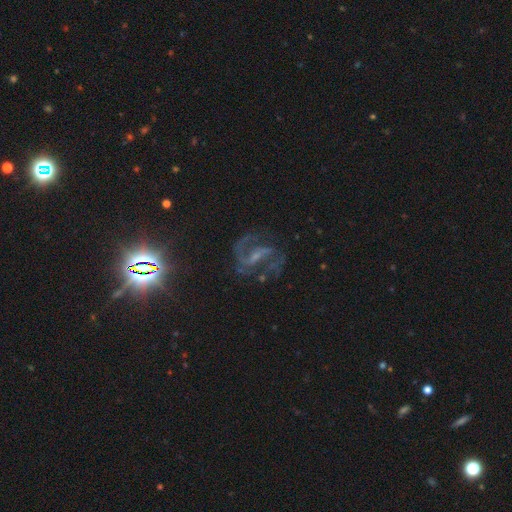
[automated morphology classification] This is clearly a featured or disk galaxy (80%). It is clearly not viewed edge-on (96%). Bar: possibly strong (46%). Spiral arm pattern: clearly yes (95%). Spiral arm count: clearly 2 (88%). Spiral winding: possibly medium (57%). Central bulge: possibly small (52%). Merging: likely none (67%).